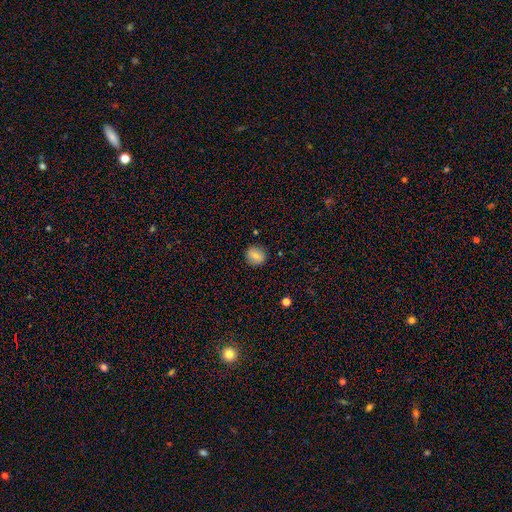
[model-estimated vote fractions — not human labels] Q: Smooth or featured?
A: smooth (74%); runner-up: featured or disk (16%)
Q: How rounded?
A: round (85%); runner-up: in between (14%)
Q: Merging?
A: none (88%); runner-up: minor disturbance (8%)